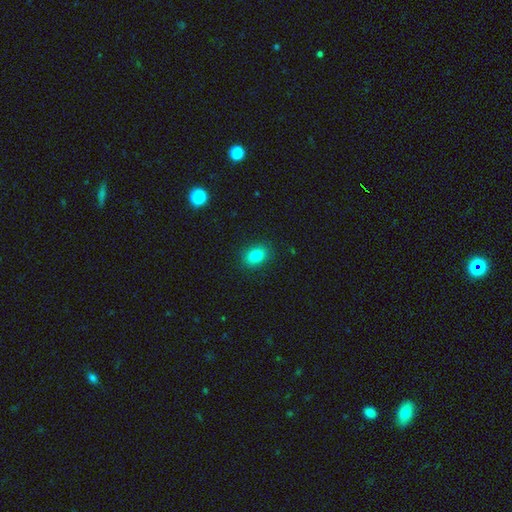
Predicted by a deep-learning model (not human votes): Morphology: type=smooth (83%); roundness=in between (72%); merging=none (88%).